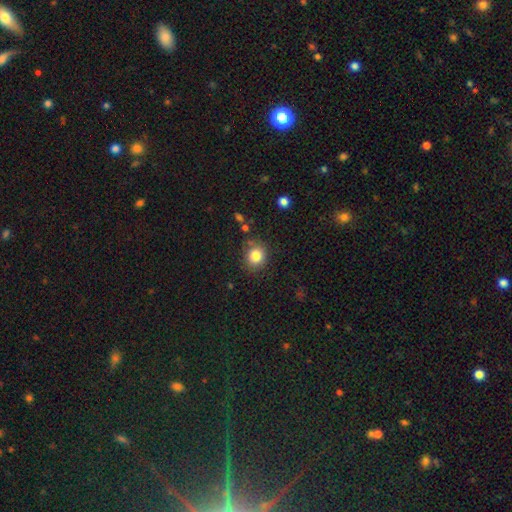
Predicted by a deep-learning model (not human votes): Smooth or featured? Predicted: smooth (p=0.82). How rounded? Predicted: round (p=0.79). Merging? Predicted: none (p=0.77).